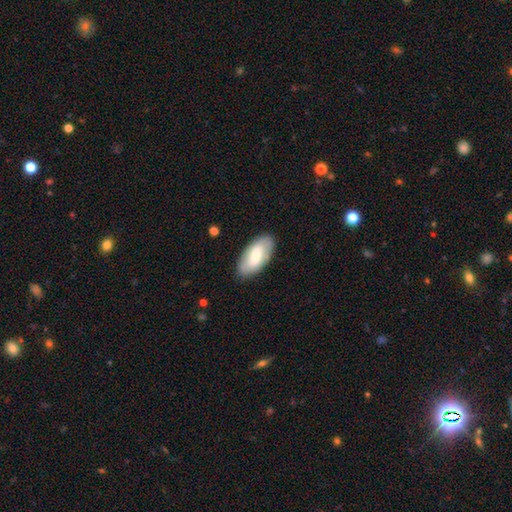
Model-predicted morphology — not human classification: Q: Smooth or featured?
A: smooth (63%); runner-up: featured or disk (31%)
Q: How rounded?
A: in between (92%); runner-up: cigar-shaped (5%)
Q: Merging?
A: none (83%); runner-up: minor disturbance (13%)